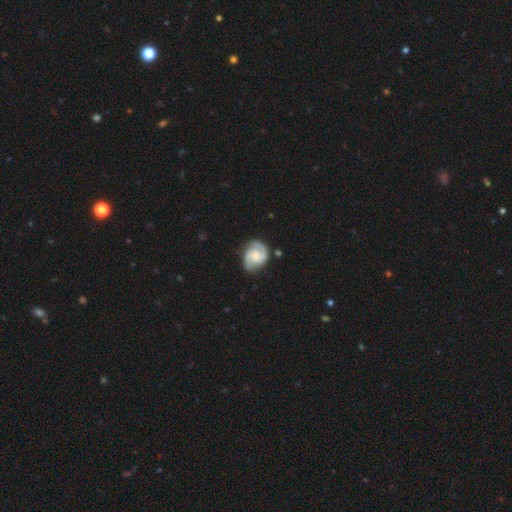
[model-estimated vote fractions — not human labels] A featured or disk galaxy (77%) with no bar (58%), 2 (82%) medium (44%) spiral arms (96%) and a moderate central bulge (34%). Merging: none (73%).